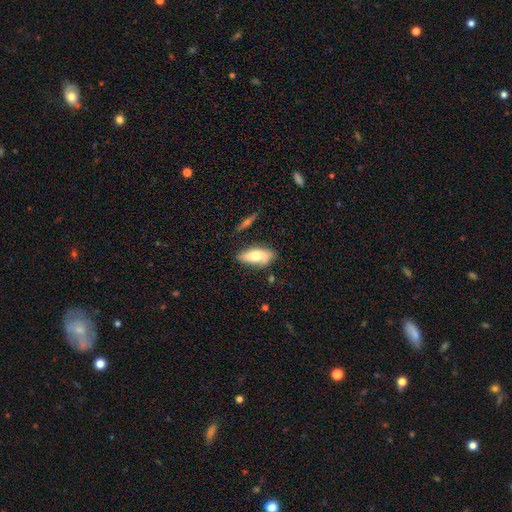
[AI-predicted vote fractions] The model was most divided on "smooth or featured": smooth: 70%, featured or disk: 24%, star or artifact: 7%. More confident: how rounded — in between (80%); merging — none (70%).